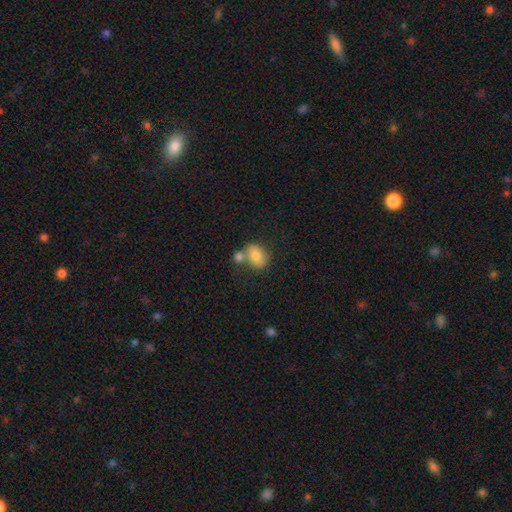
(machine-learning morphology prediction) Smooth or featured?
  - smooth: 77% *
  - featured or disk: 15%
  - star or artifact: 9%
How rounded?
  - in between: 55% *
  - round: 44%
  - cigar-shaped: 1%
Merging?
  - none: 44% *
  - merger: 39%
  - minor disturbance: 13%
  - major disturbance: 5%